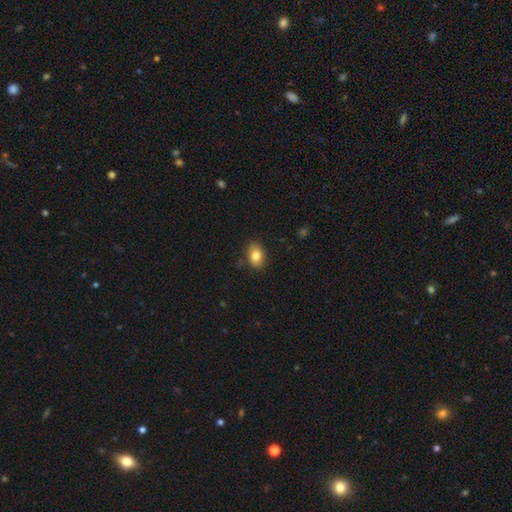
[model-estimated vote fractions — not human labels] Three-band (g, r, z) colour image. It shows a smooth galaxy with no disk features (83%) that is in between round and cigar-shaped (77%). Merging: none (85%).